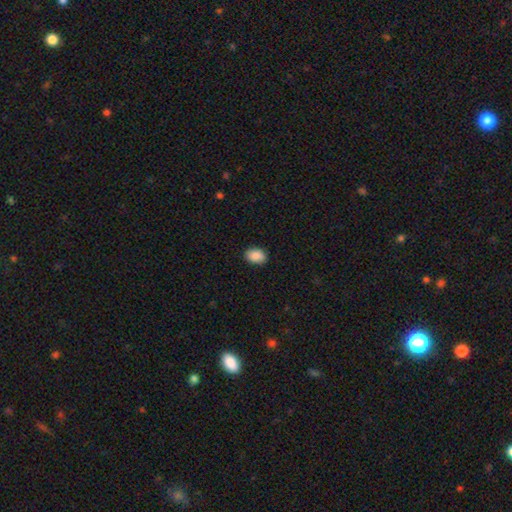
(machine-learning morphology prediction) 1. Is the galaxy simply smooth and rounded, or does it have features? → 90% smooth, 7% star or artifact, 3% featured or disk.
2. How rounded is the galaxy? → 85% in between, 14% round, 1% cigar-shaped.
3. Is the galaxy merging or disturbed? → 89% none, 8% minor disturbance, 2% major disturbance, 1% merger.